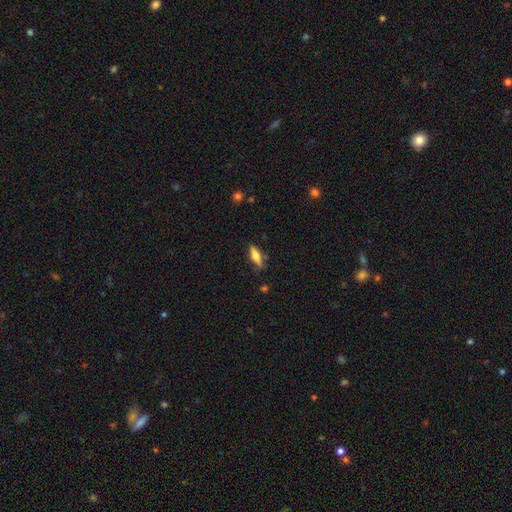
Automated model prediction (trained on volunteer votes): Morphology: type=smooth (54%); roundness=cigar-shaped (49%); merging=none (75%).